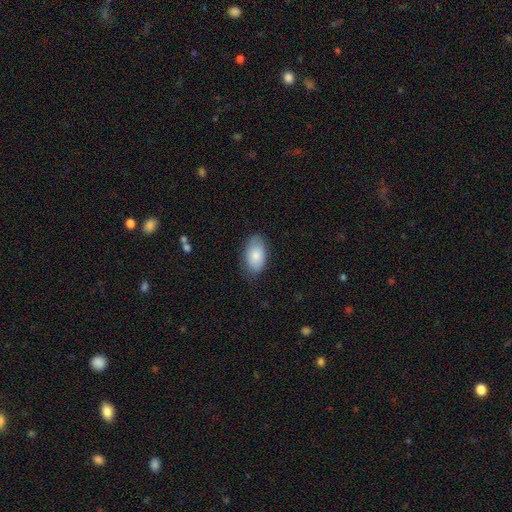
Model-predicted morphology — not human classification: Smooth or featured? Predicted: smooth (p=0.81). How rounded? Predicted: in between (p=0.94). Merging? Predicted: none (p=0.76).